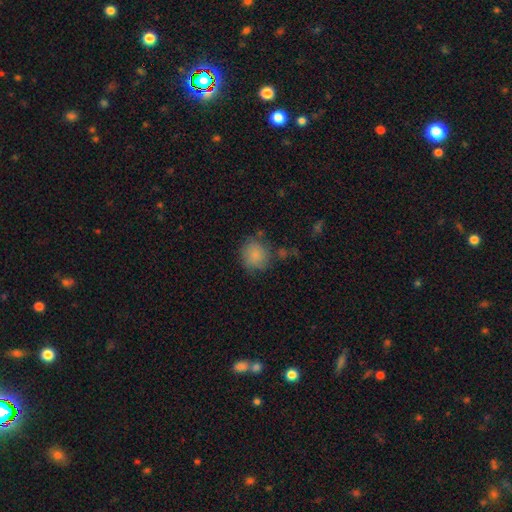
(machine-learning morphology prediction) The model was most divided on "merging": none: 64%, minor disturbance: 21%, major disturbance: 8%, merger: 8%. More confident: how rounded — round (84%); smooth or featured — smooth (83%).